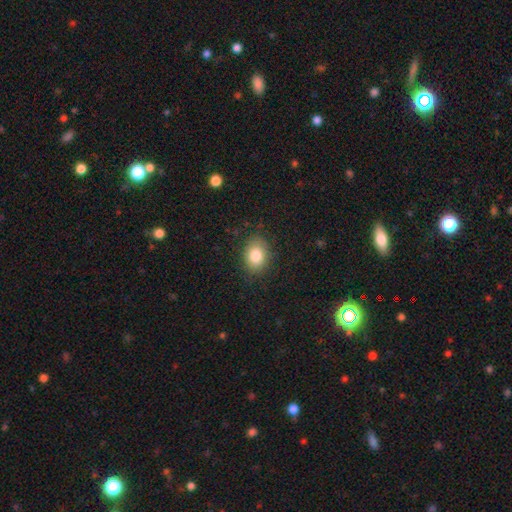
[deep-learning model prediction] A smooth galaxy with no disk features (83%) that is in between round and cigar-shaped (68%). Merging: none (83%).